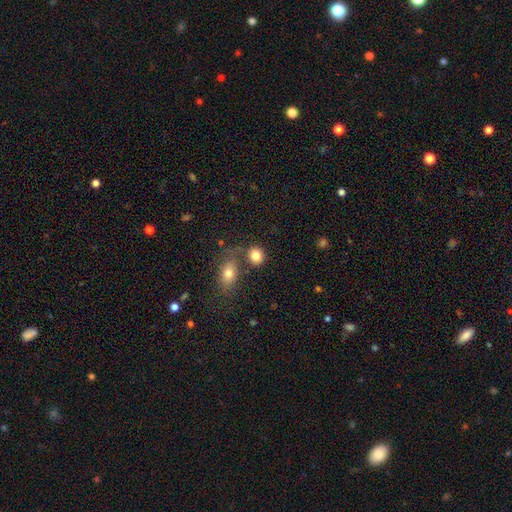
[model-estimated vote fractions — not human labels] The model was most divided on "merging": none: 61%, merger: 22%, minor disturbance: 12%, major disturbance: 5%. More confident: smooth or featured — smooth (82%); how rounded — round (69%).